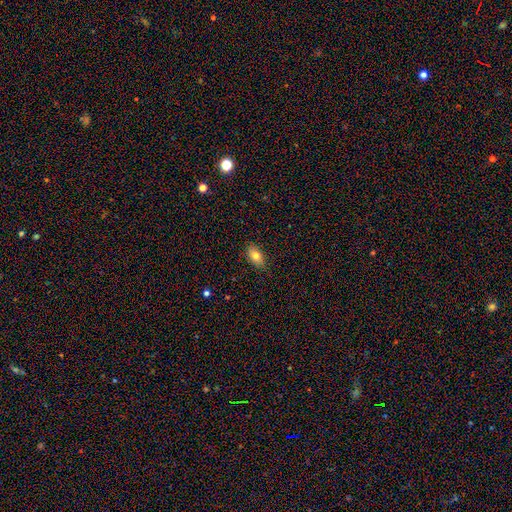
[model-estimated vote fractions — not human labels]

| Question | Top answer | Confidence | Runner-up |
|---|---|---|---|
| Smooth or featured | smooth | 79% | featured or disk (12%) |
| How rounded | in between | 89% | round (8%) |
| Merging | none | 86% | minor disturbance (11%) |